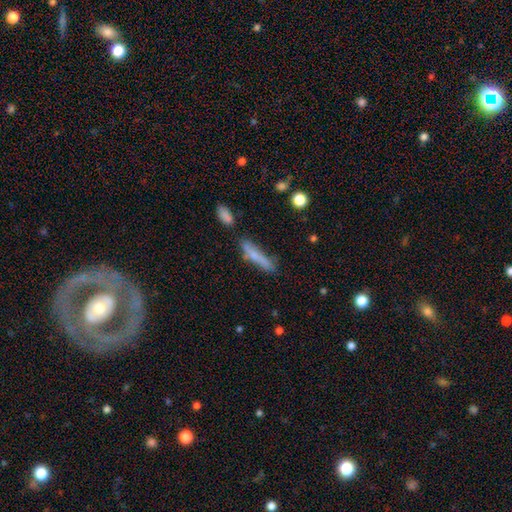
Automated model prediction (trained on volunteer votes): Smooth or featured? smooth (64%)
How rounded? cigar-shaped (85%)
Merging? none (62%)